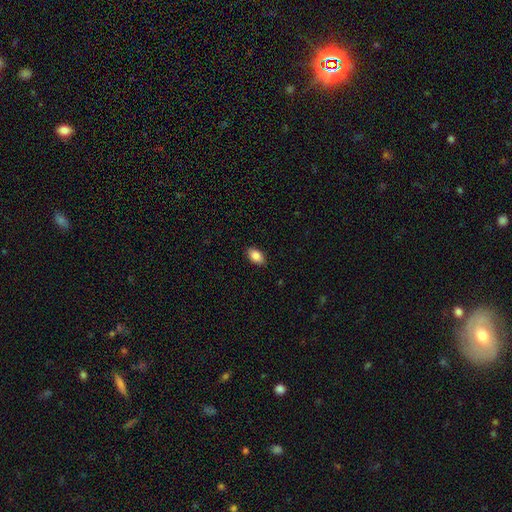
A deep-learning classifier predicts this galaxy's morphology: The model was most divided on "smooth or featured": smooth: 86%, star or artifact: 7%, featured or disk: 6%. More confident: how rounded — in between (92%); merging — none (89%).